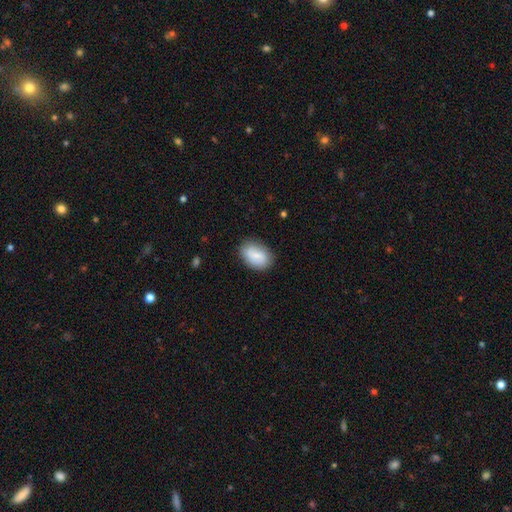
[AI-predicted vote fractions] smooth 76%, featured or disk 17%, star or artifact 7%. Down the decision tree: how rounded — in between (86%); merging — none (81%).